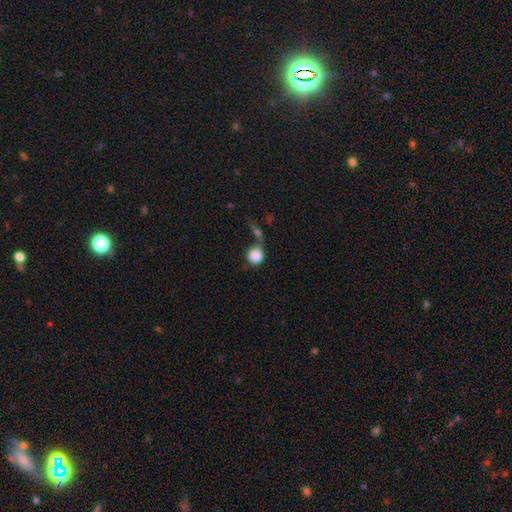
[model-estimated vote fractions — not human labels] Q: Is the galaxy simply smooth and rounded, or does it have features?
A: smooth — 85%.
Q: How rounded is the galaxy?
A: round — 87%.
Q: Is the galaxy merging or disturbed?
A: none — 39%.